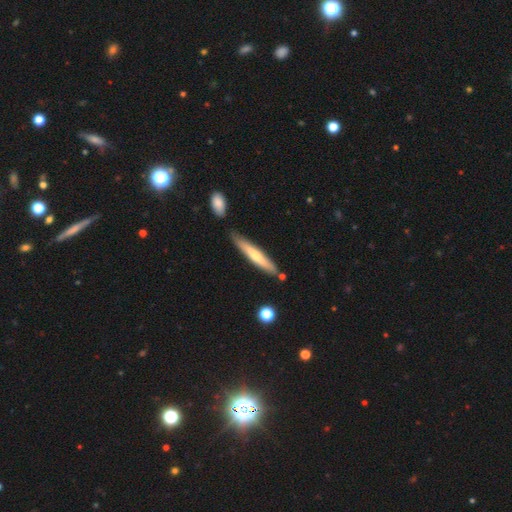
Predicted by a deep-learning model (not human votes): smooth-or-featured: smooth: 56% | featured or disk: 39% | star or artifact: 5%
  how-rounded: cigar-shaped: 91% | in between: 8% | round: 1%
  merging: none: 77% | minor disturbance: 14% | merger: 7% | major disturbance: 3%